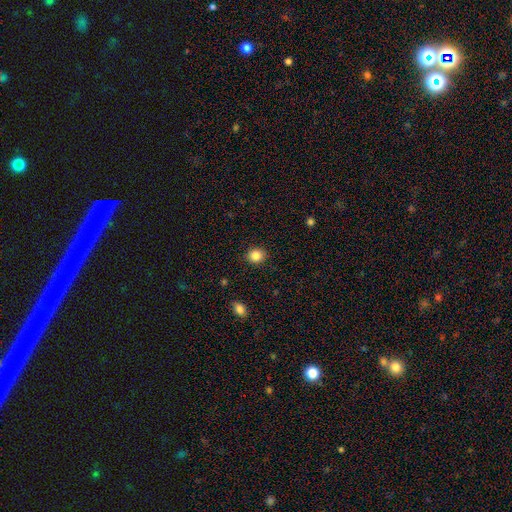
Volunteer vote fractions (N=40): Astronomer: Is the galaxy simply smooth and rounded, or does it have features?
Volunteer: smooth — 82%.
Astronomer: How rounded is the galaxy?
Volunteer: round — 64%.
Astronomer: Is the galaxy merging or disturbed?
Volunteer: none — 89%.